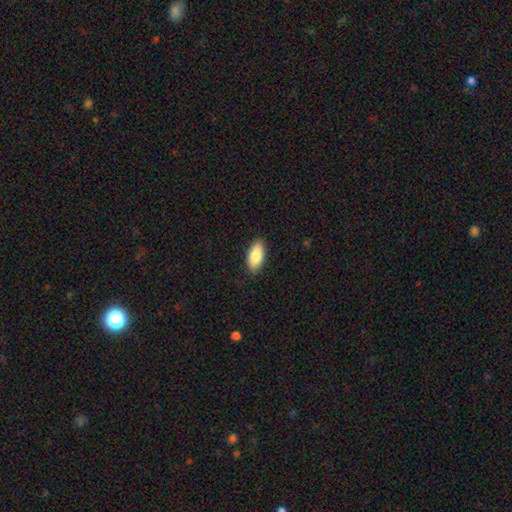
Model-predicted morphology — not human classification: smooth_or_featured: smooth (p=0.85) [alt: featured or disk p=0.09]
how_rounded: in between (p=0.90) [alt: cigar-shaped p=0.08]
merging: none (p=0.88) [alt: minor disturbance p=0.09]